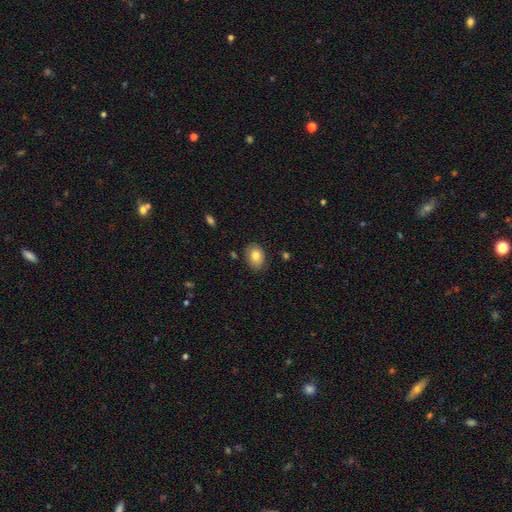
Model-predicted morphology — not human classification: smooth-or-featured: smooth: 76% | featured or disk: 17% | star or artifact: 8%
  how-rounded: in between: 73% | round: 26% | cigar-shaped: 1%
  merging: none: 81% | minor disturbance: 14% | major disturbance: 3% | merger: 2%